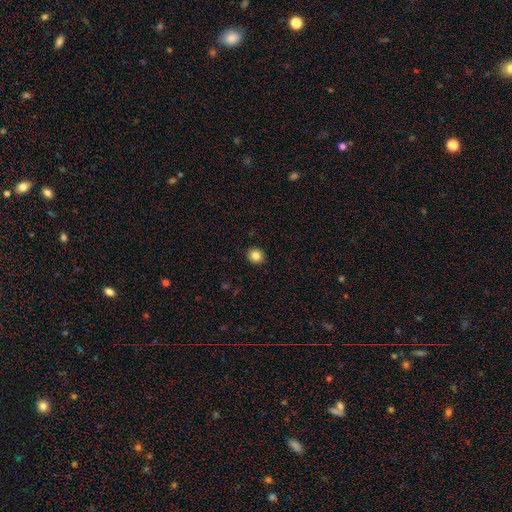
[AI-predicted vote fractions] This appears to be a smooth galaxy with no disk features (84%) that is round (89%). Merging: none (93%).